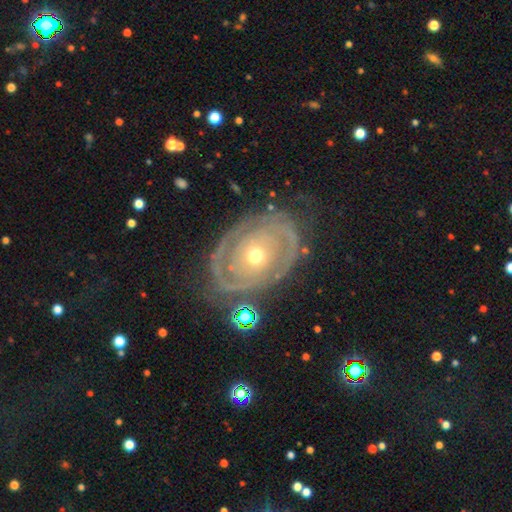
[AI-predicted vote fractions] featured or disk 84%, smooth 11%, star or artifact 5%. Down the decision tree: edge-on disk — no (96%); bar — no (82%); spiral arms — yes (79%); spiral arm count — 2 (54%); spiral winding — tight (67%); bulge size — moderate (54%); merging — none (71%).